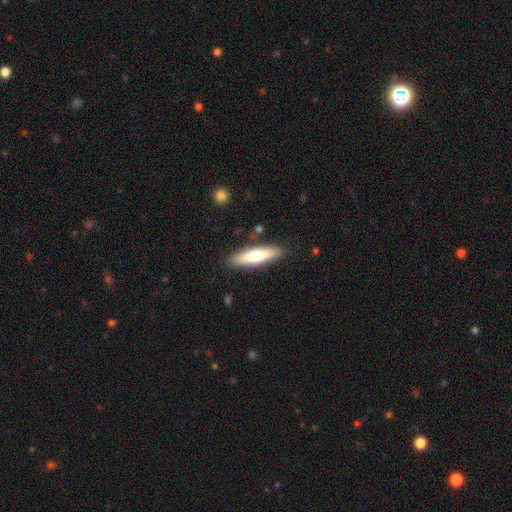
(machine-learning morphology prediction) smooth 61%, featured or disk 34%, star or artifact 5%. Down the decision tree: how rounded — cigar-shaped (72%); merging — none (86%).